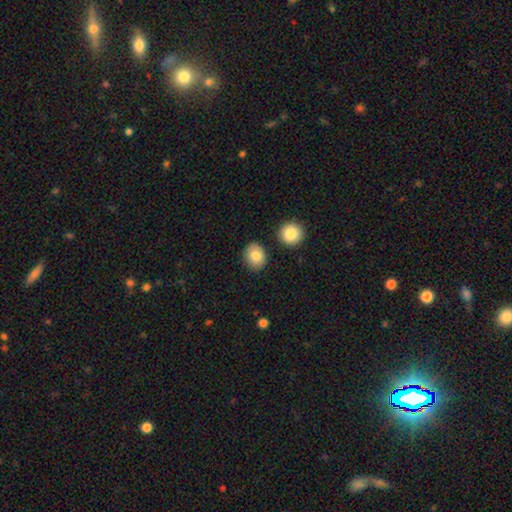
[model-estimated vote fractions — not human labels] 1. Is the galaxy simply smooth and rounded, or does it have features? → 82% smooth, 10% featured or disk, 8% star or artifact.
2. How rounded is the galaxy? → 55% round, 43% in between, 1% cigar-shaped.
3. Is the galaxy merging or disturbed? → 84% none, 9% minor disturbance, 5% merger, 2% major disturbance.